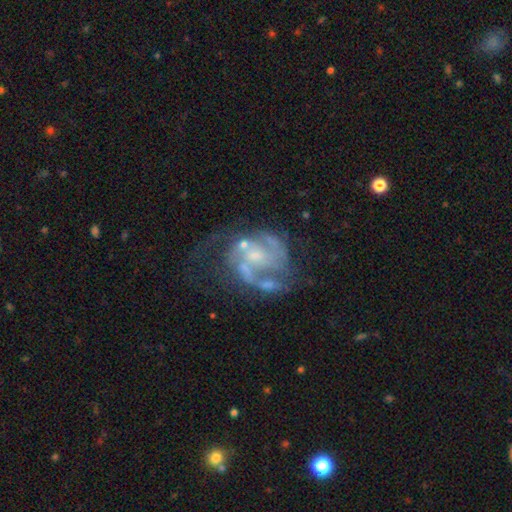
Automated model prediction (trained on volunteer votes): Q: Smooth or featured?
A: featured or disk (85%); runner-up: smooth (8%)
Q: Edge-on disk?
A: no (98%); runner-up: yes (2%)
Q: Bar?
A: no (54%); runner-up: weak (36%)
Q: Spiral arms?
A: yes (88%); runner-up: no (12%)
Q: Spiral winding?
A: medium (50%); runner-up: tight (28%)
Q: Spiral arm count?
A: 2 (49%); runner-up: can't tell (19%)
Q: Bulge size?
A: small (46%); runner-up: moderate (28%)
Q: Merging?
A: none (41%); runner-up: major disturbance (28%)